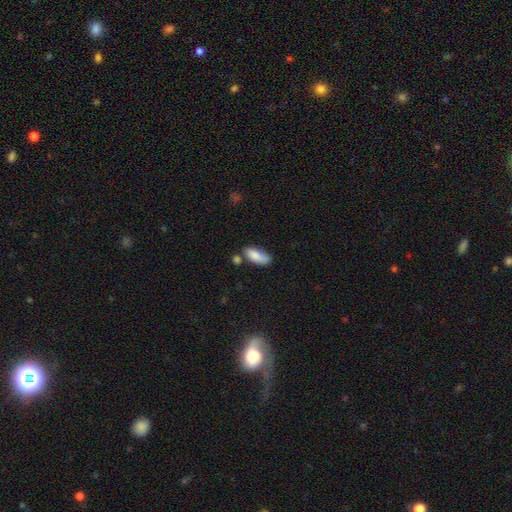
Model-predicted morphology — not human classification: type=smooth (84%); roundness=in between (80%); merging=none (53%).